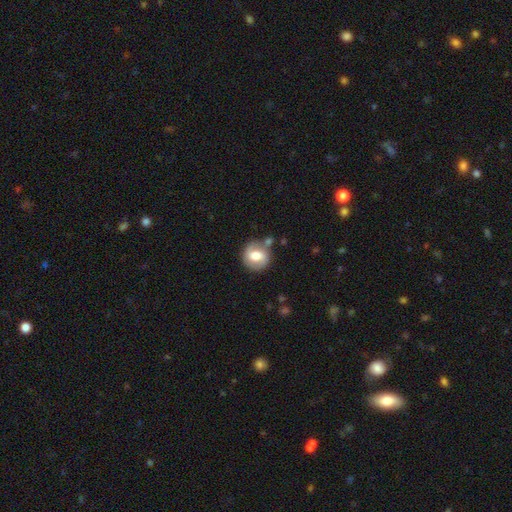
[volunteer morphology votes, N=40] Q: Smooth or featured?
A: smooth (57%); runner-up: featured or disk (38%)
Q: How rounded?
A: round (83%); runner-up: in between (17%)
Q: Merging?
A: none (79%); runner-up: minor disturbance (16%)